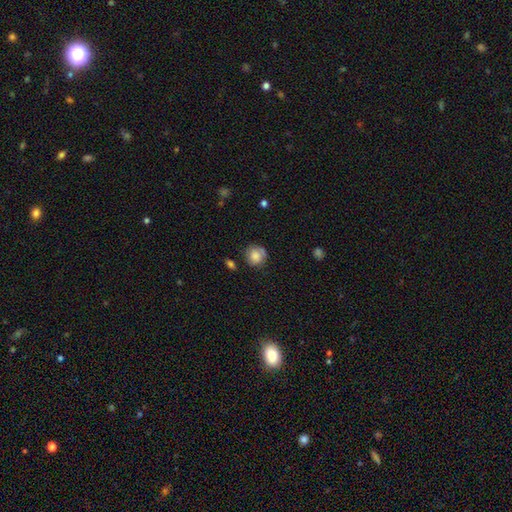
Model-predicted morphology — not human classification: This appears to be a smooth galaxy with no disk features (71%) that is round (83%). Merging: none (66%).